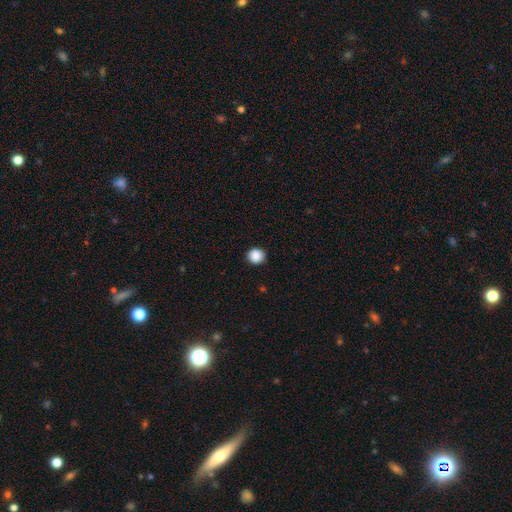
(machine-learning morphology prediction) The model was most divided on "smooth or featured": smooth: 88%, star or artifact: 9%, featured or disk: 2%. More confident: how rounded — round (93%); merging — none (91%).